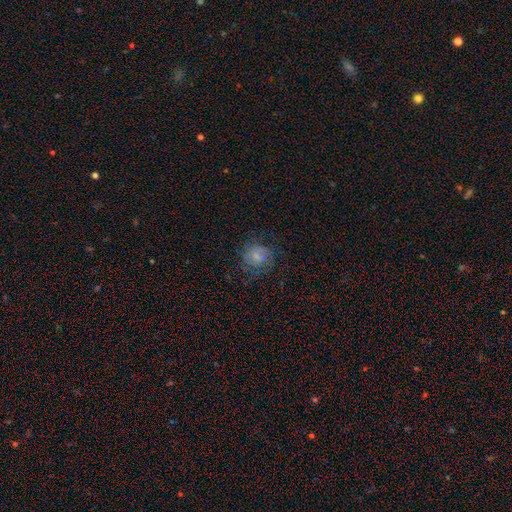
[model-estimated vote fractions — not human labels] Q: Smooth or featured?
A: featured or disk (45%); runner-up: smooth (36%)
Q: Merging?
A: none (72%); runner-up: minor disturbance (16%)